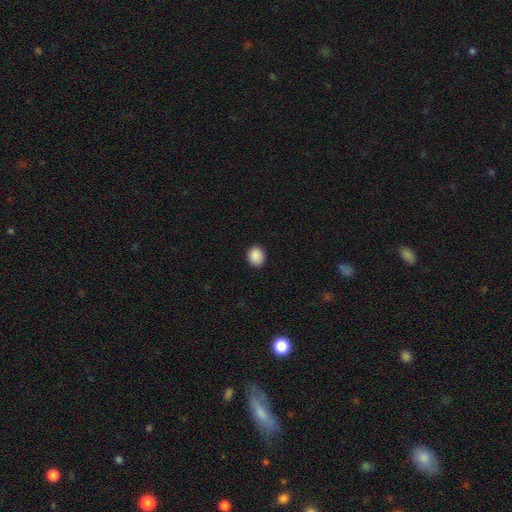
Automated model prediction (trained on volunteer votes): Overall: smooth (90%). How rounded: round (62%; in between 37%). Merging: none (90%).